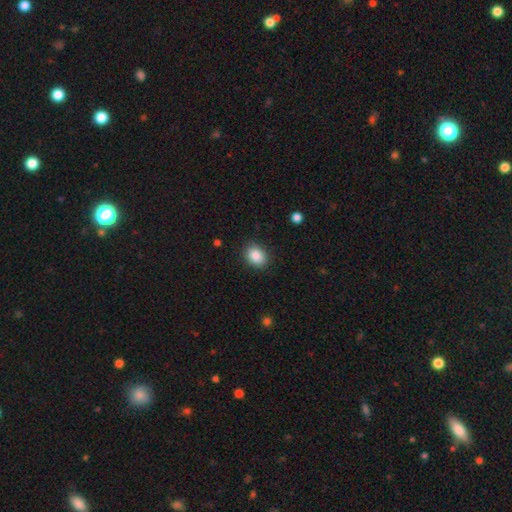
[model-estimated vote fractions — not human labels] Morphology: type=smooth (87%); roundness=in between (58%); merging=none (87%).